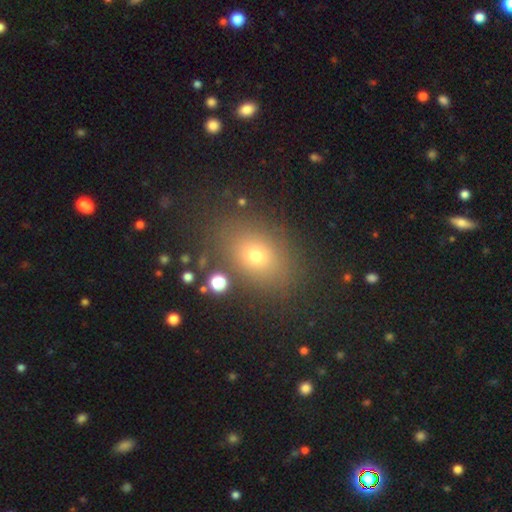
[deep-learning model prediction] A smooth galaxy with no disk features (67%) that is in between round and cigar-shaped (67%). Merging: none (84%).